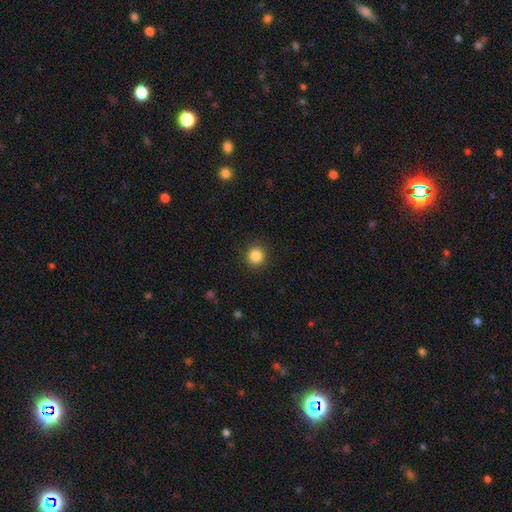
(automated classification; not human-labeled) This is clearly a smooth galaxy (85%). How rounded: clearly round (94%). Merging: clearly none (92%).